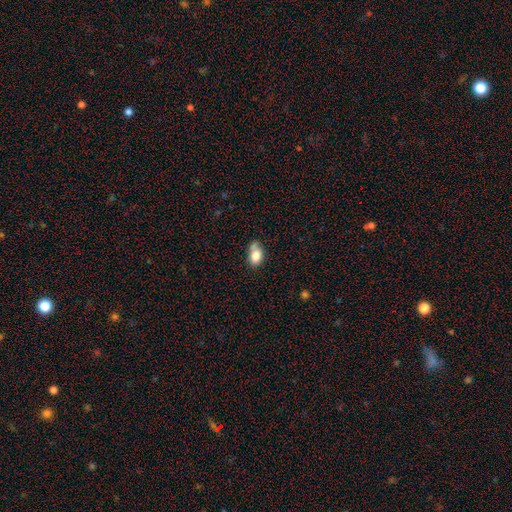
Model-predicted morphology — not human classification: Q: Smooth or featured?
A: smooth (79%); runner-up: featured or disk (12%)
Q: How rounded?
A: in between (83%); runner-up: round (15%)
Q: Merging?
A: none (45%); runner-up: minor disturbance (28%)